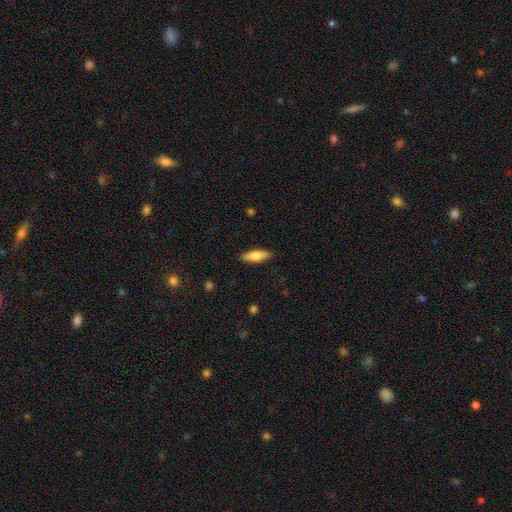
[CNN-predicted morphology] smooth 69%, featured or disk 25%, star or artifact 6%. Down the decision tree: how rounded — in between (53%); merging — none (89%).